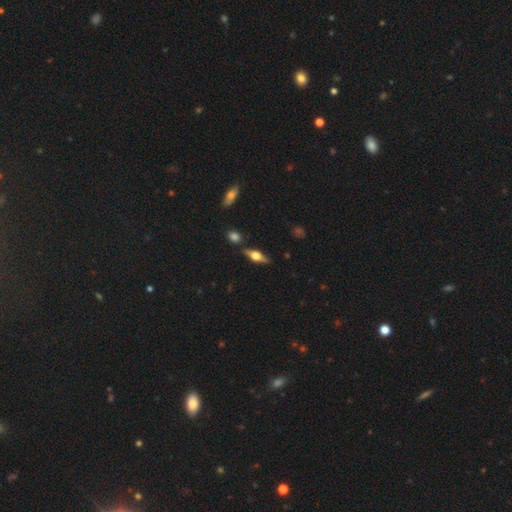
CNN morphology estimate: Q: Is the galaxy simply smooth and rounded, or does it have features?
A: featured or disk — 60%.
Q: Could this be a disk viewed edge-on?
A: yes — 94%.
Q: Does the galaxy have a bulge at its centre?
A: rounded — 92%.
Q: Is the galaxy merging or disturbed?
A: none — 80%.